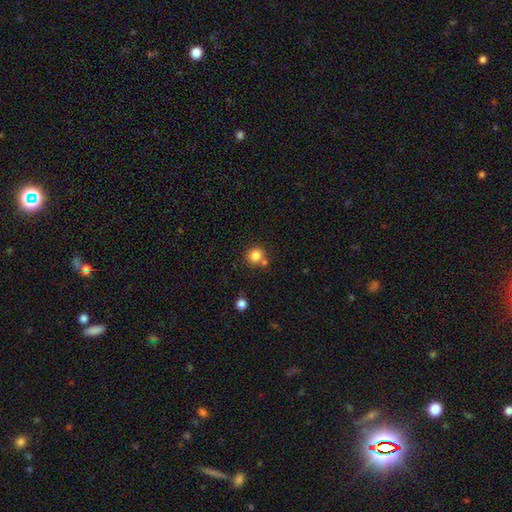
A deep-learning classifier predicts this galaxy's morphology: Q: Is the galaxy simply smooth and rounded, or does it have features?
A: smooth — 83%.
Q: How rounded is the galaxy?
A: round — 89%.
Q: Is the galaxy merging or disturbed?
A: none — 66%.